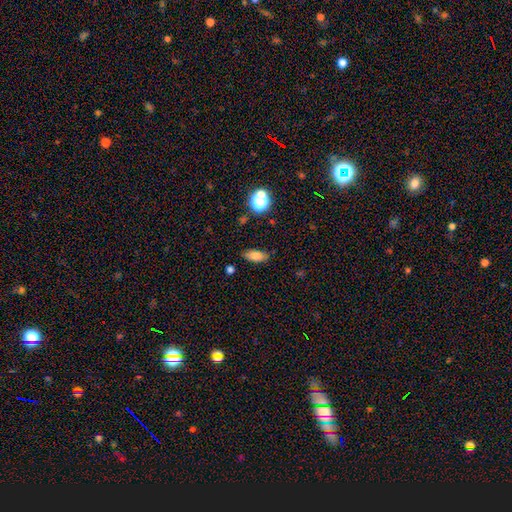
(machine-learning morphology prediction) The model was most divided on "merging": none: 81%, minor disturbance: 14%, major disturbance: 3%, merger: 2%. More confident: how rounded — in between (83%); smooth or featured — smooth (79%).